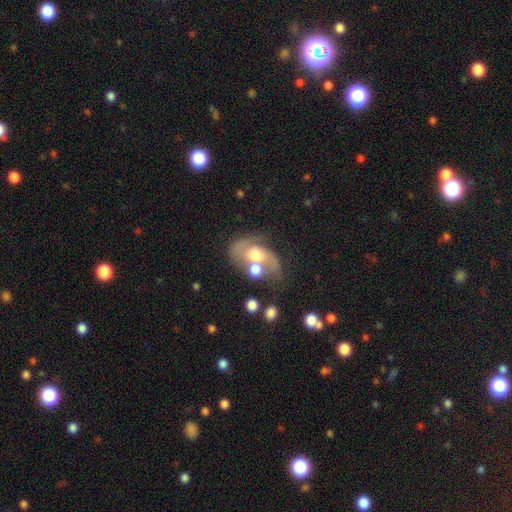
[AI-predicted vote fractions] Smooth or featured?
  - featured or disk: 68% *
  - smooth: 24%
  - star or artifact: 8%
Edge-on disk?
  - no: 96% *
  - yes: 4%
Bar?
  - no: 66% *
  - weak: 26%
  - strong: 7%
Spiral arms?
  - yes: 75% *
  - no: 25%
Bulge size?
  - moderate: 62% *
  - large: 21%
  - small: 11%
  - none: 3%
  - dominant: 3%
Merging?
  - merger: 40% *
  - none: 29%
  - major disturbance: 16%
  - minor disturbance: 15%